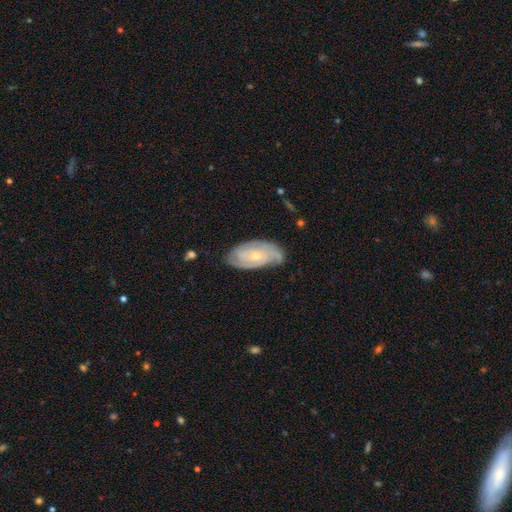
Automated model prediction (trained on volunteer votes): The model was most divided on "spiral arm count": 2: 38%, can't tell: 29%, 3: 19%, 4: 6%, 1: 4%, more than 4: 3%. More confident: edge-on disk — no (94%); spiral arms — yes (93%); smooth or featured — featured or disk (78%); merging — none (70%); bar — no (68%); spiral winding — tight (66%); bulge size — small (63%).